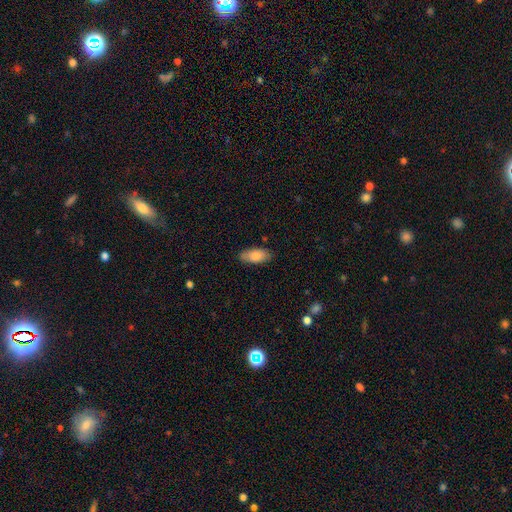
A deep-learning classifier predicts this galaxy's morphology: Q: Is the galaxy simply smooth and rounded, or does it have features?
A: smooth — 84%.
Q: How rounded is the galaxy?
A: in between — 86%.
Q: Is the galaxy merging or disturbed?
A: none — 84%.